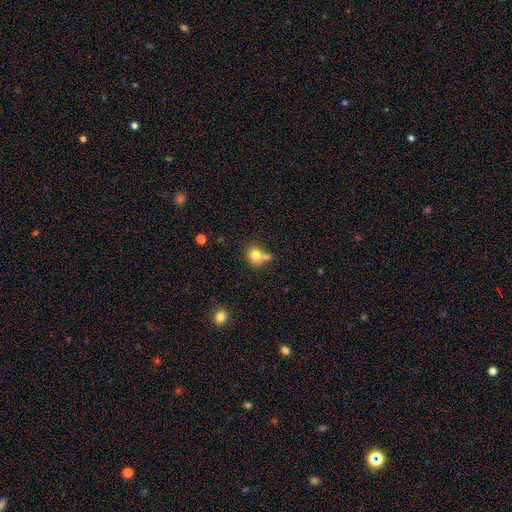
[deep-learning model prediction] Smooth or featured: smooth — 77% (featured or disk — 12%)
How rounded: round — 73% (in between — 26%)
Merging: none — 47% (merger — 37%)